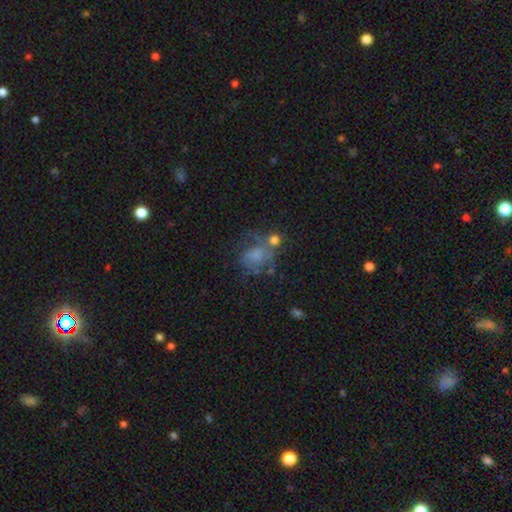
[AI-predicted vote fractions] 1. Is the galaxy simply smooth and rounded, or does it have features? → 53% smooth, 33% featured or disk, 14% star or artifact.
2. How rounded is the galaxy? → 50% round, 49% in between, 1% cigar-shaped.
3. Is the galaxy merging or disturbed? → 30% major disturbance, 29% none, 21% merger, 20% minor disturbance.